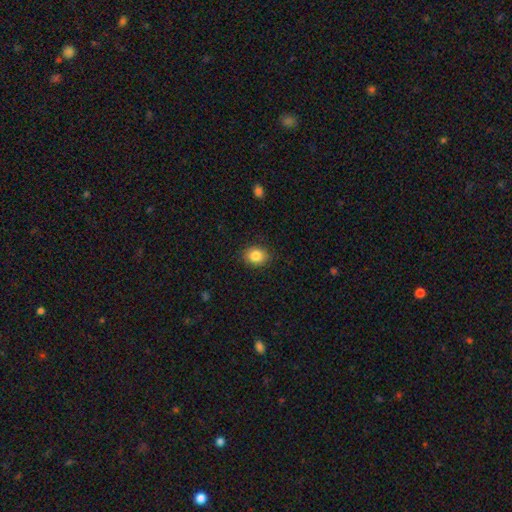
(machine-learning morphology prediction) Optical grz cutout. It shows a smooth galaxy with no disk features (85%) that is round (52%). Merging: none (88%).